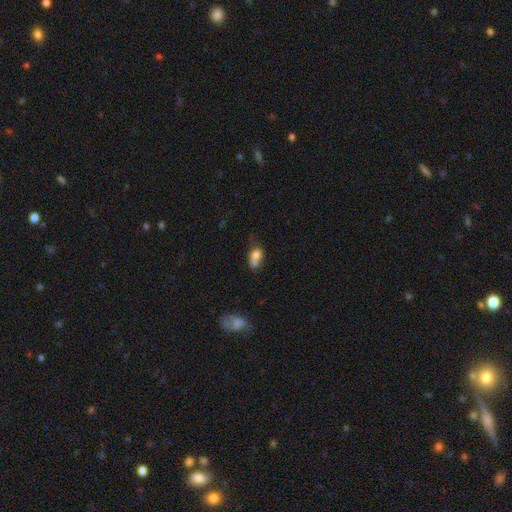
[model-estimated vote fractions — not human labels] smooth-or-featured: smooth: 72% | featured or disk: 17% | star or artifact: 11%
  how-rounded: in between: 64% | round: 33% | cigar-shaped: 3%
  merging: merger: 55% | none: 24% | minor disturbance: 13% | major disturbance: 8%